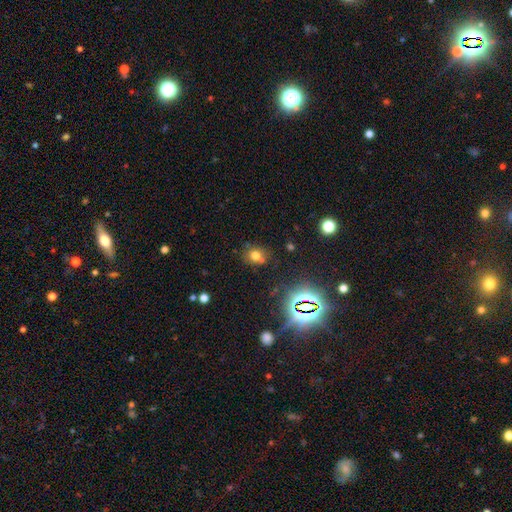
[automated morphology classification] smooth_or_featured: smooth (p=0.67) [alt: star or artifact p=0.22]
how_rounded: round (p=0.73) [alt: in between p=0.26]
merging: none (p=0.65) [alt: merger p=0.17]